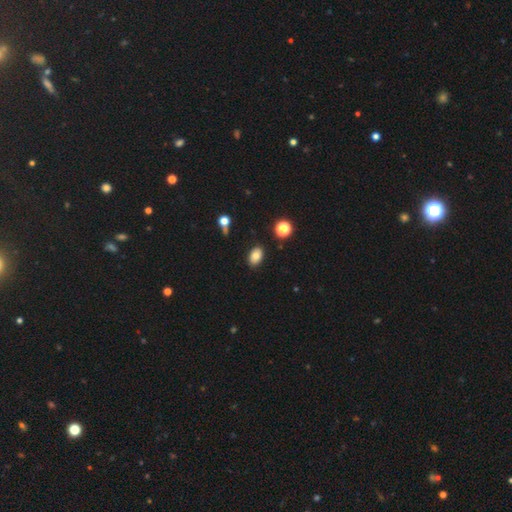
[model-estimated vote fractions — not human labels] Morphology: type=smooth (79%); roundness=in between (86%); merging=none (85%).